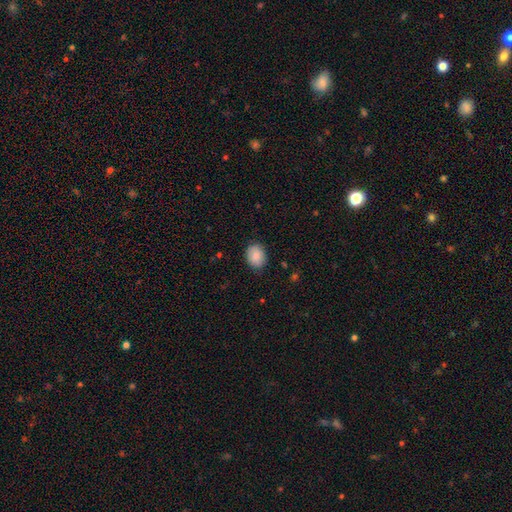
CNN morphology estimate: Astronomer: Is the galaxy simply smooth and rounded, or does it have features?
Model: smooth — 85%.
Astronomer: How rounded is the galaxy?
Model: in between — 61% (runner-up: round, 38%).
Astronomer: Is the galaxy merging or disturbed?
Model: none — 84%.